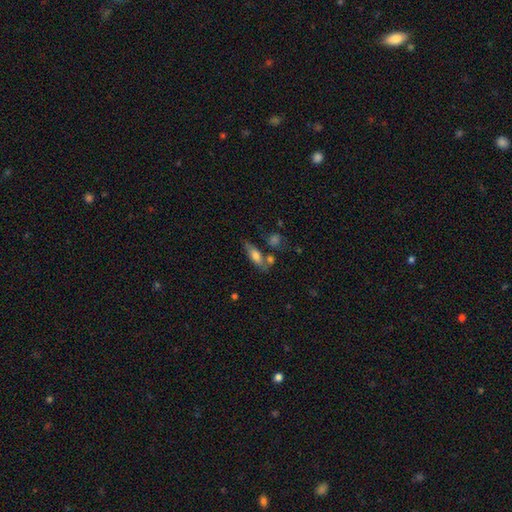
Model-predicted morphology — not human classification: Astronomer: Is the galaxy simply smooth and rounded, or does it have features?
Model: smooth — 66%.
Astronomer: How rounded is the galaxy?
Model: in between — 60% (runner-up: cigar-shaped, 36%).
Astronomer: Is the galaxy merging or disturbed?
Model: none — 57%.